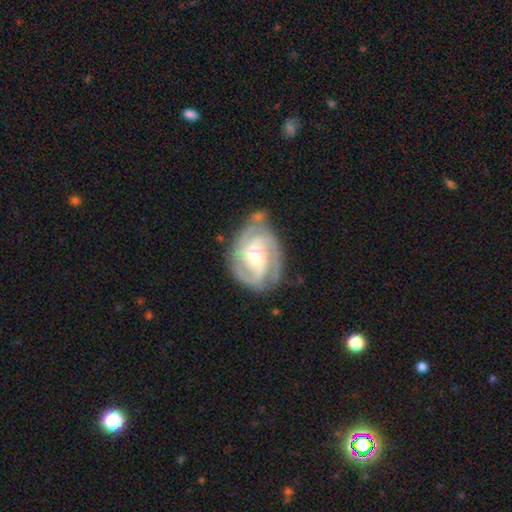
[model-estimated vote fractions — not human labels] smooth_or_featured: featured or disk (p=0.90) [alt: smooth p=0.06]
disk_edge_on: no (p=0.98) [alt: yes p=0.02]
bar: no (p=0.53) [alt: weak p=0.34]
has_spiral_arms: yes (p=0.98) [alt: no p=0.02]
spiral_winding: tight (p=0.57) [alt: medium p=0.38]
spiral_arm_count: 3 (p=0.48) [alt: 2 p=0.30]
bulge_size: moderate (p=0.49) [alt: small p=0.45]
merging: none (p=0.72) [alt: minor disturbance p=0.19]